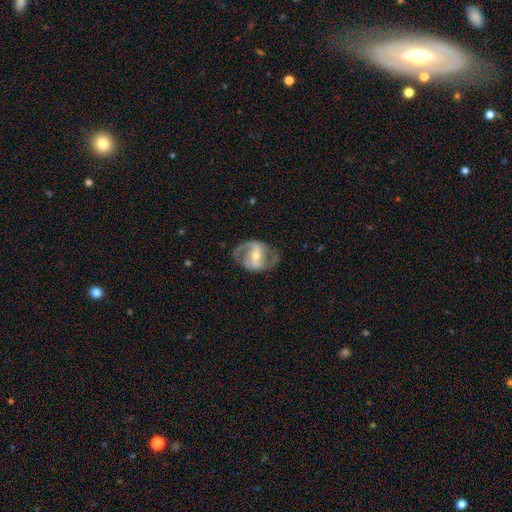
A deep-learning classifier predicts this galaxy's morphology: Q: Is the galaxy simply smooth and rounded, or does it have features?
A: featured or disk — 87%.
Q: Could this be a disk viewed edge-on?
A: no — 97%.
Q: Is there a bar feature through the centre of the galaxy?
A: strong — 42%.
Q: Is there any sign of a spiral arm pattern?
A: yes — 94%.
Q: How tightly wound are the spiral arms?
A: medium — 55%.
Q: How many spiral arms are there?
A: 2 — 89%.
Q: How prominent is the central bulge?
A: moderate — 53%.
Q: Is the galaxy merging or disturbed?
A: none — 76%.